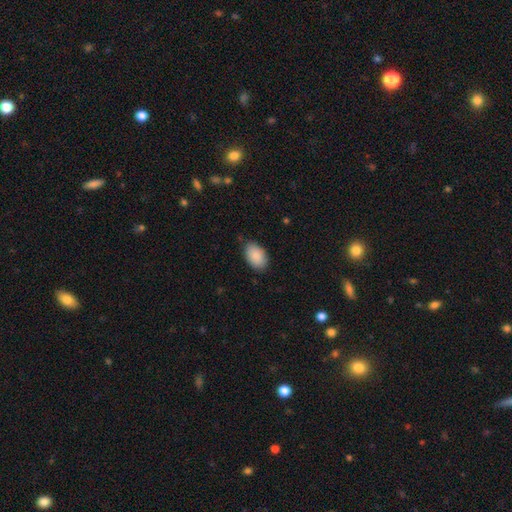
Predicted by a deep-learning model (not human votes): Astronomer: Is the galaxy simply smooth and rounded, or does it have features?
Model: smooth — 90%.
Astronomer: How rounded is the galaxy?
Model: in between — 91%.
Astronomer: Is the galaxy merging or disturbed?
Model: none — 81%.